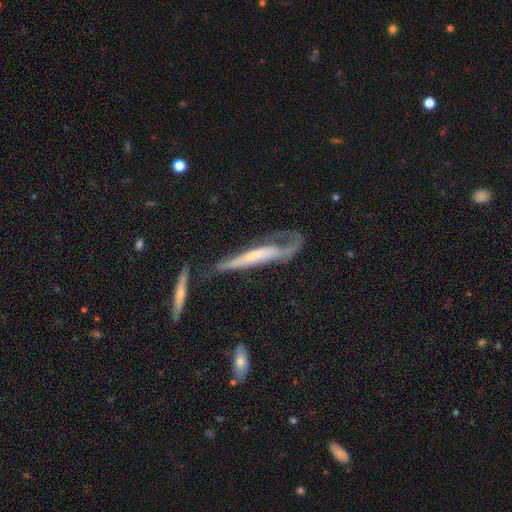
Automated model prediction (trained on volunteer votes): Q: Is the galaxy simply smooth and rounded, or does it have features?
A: featured or disk — 61%.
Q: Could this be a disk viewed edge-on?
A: yes — 55%.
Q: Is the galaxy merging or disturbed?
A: major disturbance — 44%.